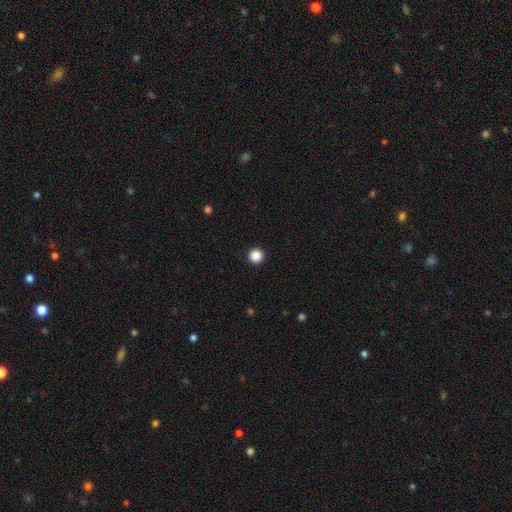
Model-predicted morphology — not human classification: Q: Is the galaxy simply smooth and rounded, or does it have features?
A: smooth — 87%.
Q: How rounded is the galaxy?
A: round — 97%.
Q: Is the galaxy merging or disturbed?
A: none — 94%.